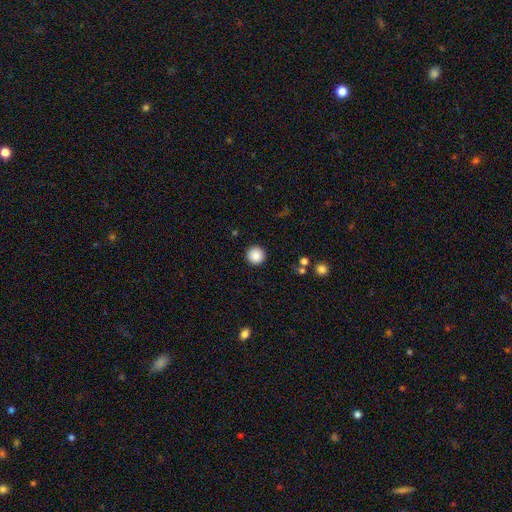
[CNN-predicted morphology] type=smooth (87%); roundness=round (96%); merging=none (92%).